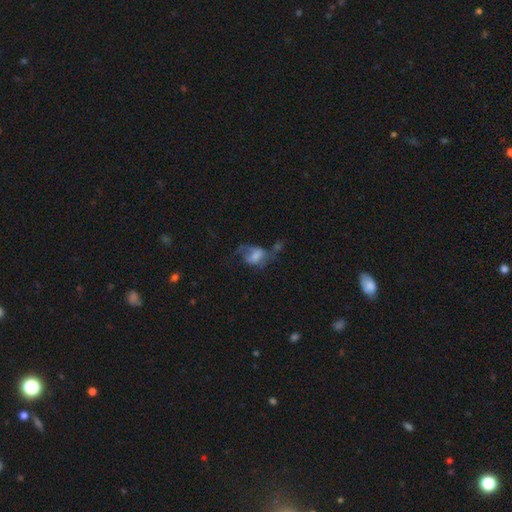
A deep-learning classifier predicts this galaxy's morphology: A smooth galaxy with no disk features (48%).

Vote fractions:
- Smooth or featured? smooth: 48% / featured or disk: 41% / star or artifact: 11%
- Merging? major disturbance: 44% / none: 22% / minor disturbance: 19% / merger: 16%